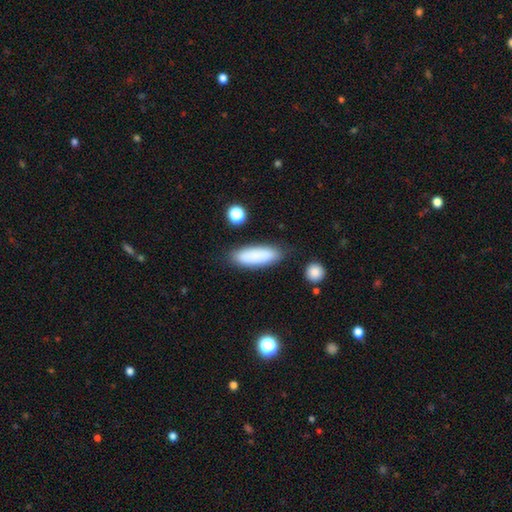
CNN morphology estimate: A smooth galaxy with no disk features (85%) that is in between round and cigar-shaped (58%). Merging: none (80%).